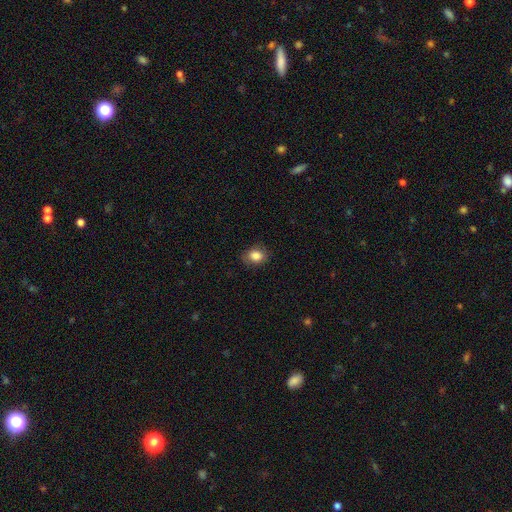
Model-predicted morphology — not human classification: smooth 84%, star or artifact 9%, featured or disk 7%. Down the decision tree: how rounded — in between (55%); merging — none (80%).